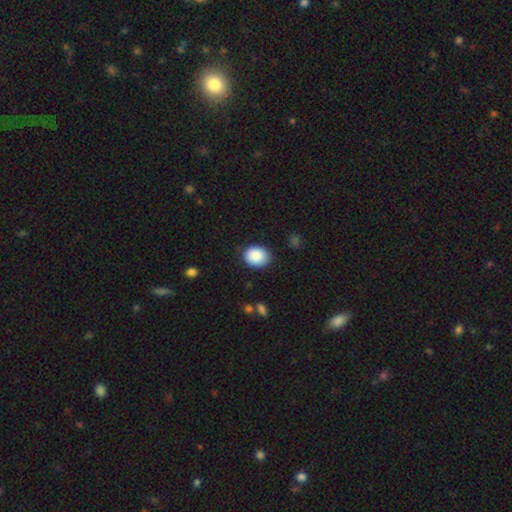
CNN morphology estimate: This is clearly a smooth galaxy (88%). How rounded: possibly round (54%). Merging: clearly none (83%).